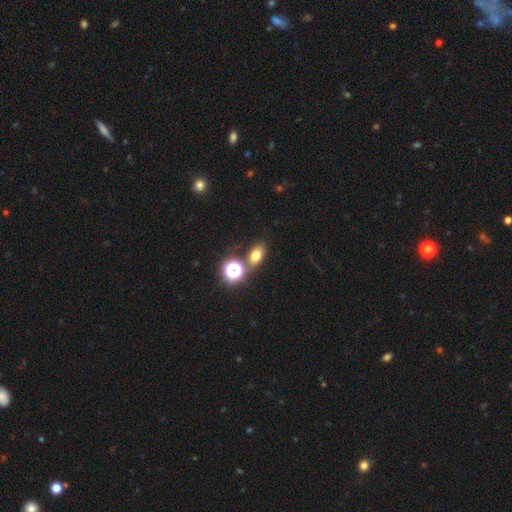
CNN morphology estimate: A smooth galaxy with no disk features (70%) that is in between round and cigar-shaped (72%). Merging: none (71%).